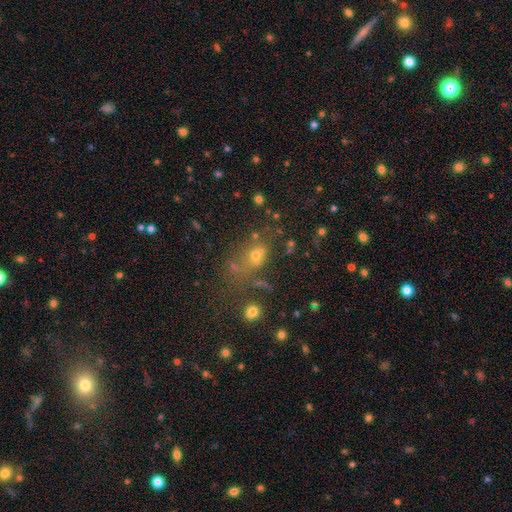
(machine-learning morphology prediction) A smooth galaxy with no disk features (48%).

Vote fractions:
- Smooth or featured? smooth: 48% / star or artifact: 34% / featured or disk: 18%
- Merging? none: 44% / merger: 32% / minor disturbance: 13% / major disturbance: 11%